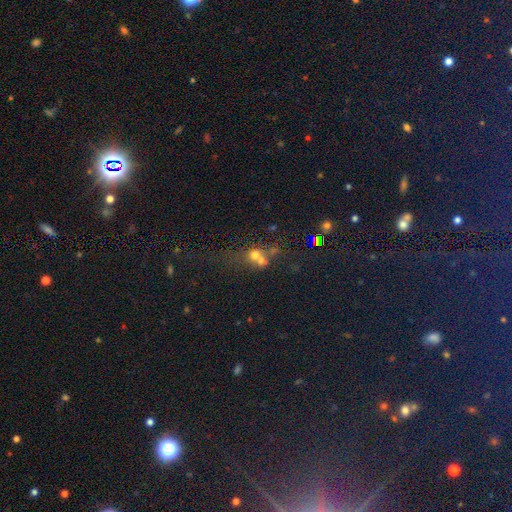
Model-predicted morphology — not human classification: Q: Smooth or featured?
A: smooth (50%); runner-up: star or artifact (27%)
Q: How rounded?
A: round (72%); runner-up: in between (25%)
Q: Merging?
A: merger (53%); runner-up: none (28%)